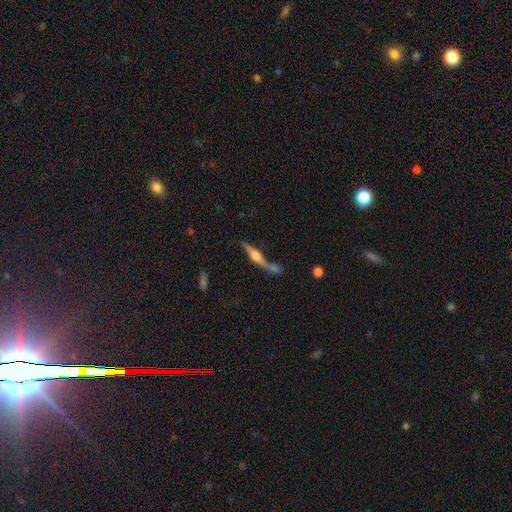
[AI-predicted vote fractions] This appears to be a featured or disk galaxy (72%) viewed edge-on (91%) with a rounded central bulge (88%). Merging: none (48%).